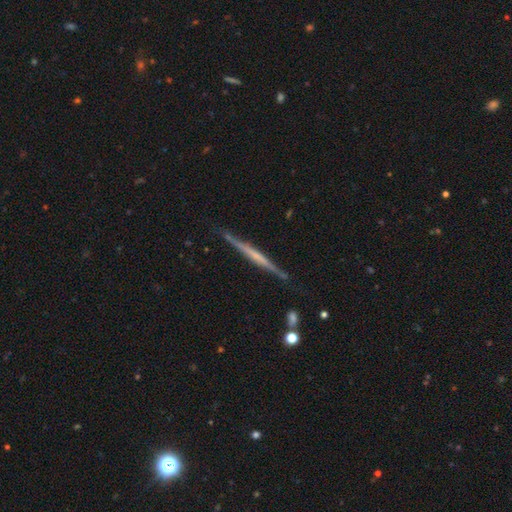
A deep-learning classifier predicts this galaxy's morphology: This is likely a featured or disk galaxy (70%). It is clearly viewed edge-on (98%). Edge-on bulge: likely none (61%). Merging: clearly none (86%).